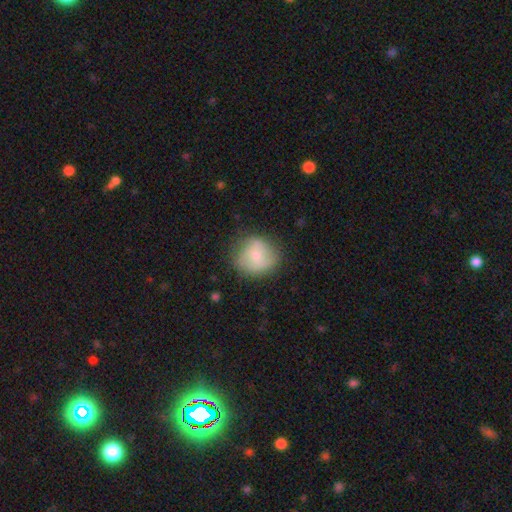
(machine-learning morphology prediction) Smooth or featured: smooth — 60% (featured or disk — 33%)
How rounded: round — 81% (in between — 18%)
Merging: none — 69% (minor disturbance — 22%)